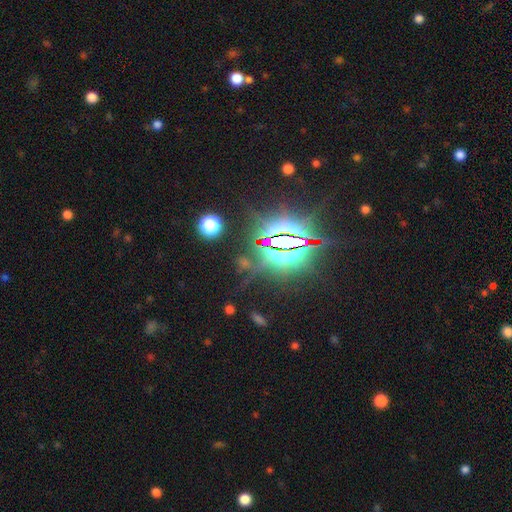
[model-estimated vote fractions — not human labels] A star or artifact, not a galaxy (85%).

Vote fractions:
- Smooth or featured? star or artifact: 85% / featured or disk: 8% / smooth: 7%